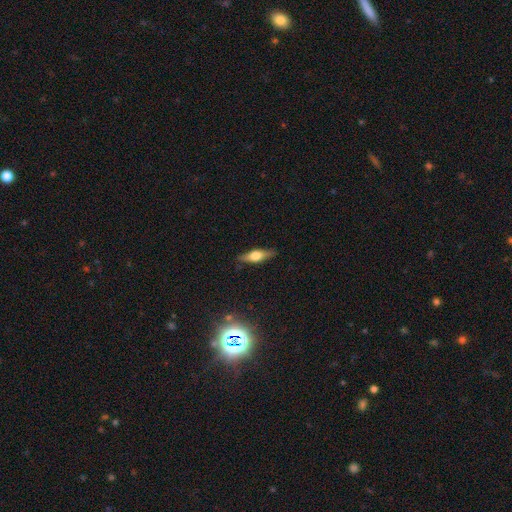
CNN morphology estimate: smooth_or_featured: smooth (p=0.47) [alt: featured or disk p=0.46]
merging: none (p=0.86) [alt: minor disturbance p=0.11]